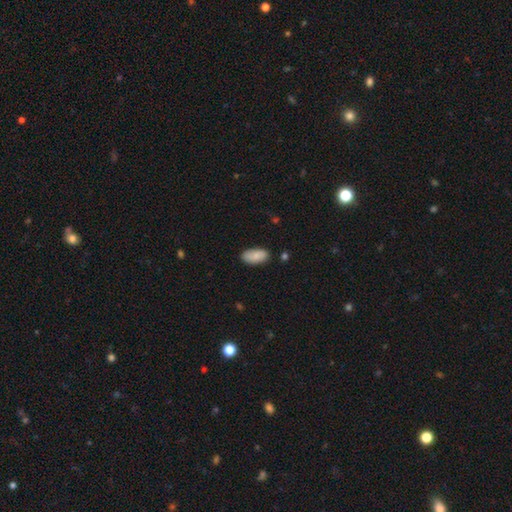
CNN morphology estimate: Smooth or featured? Predicted: smooth (p=0.85). How rounded? Predicted: in between (p=0.94). Merging? Predicted: none (p=0.82).